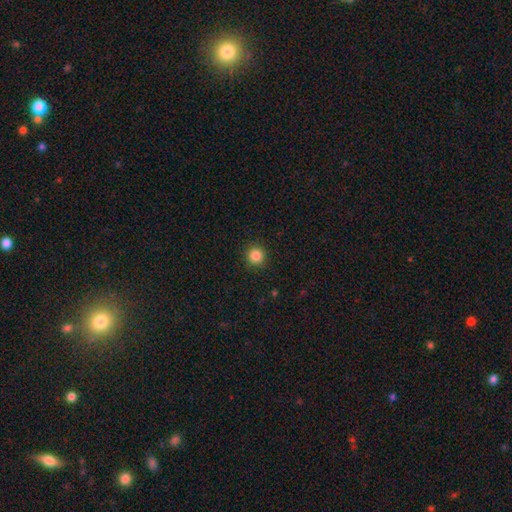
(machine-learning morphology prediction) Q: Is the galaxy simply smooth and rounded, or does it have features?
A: smooth — 85%.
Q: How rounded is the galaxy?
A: round — 95%.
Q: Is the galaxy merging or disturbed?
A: none — 92%.